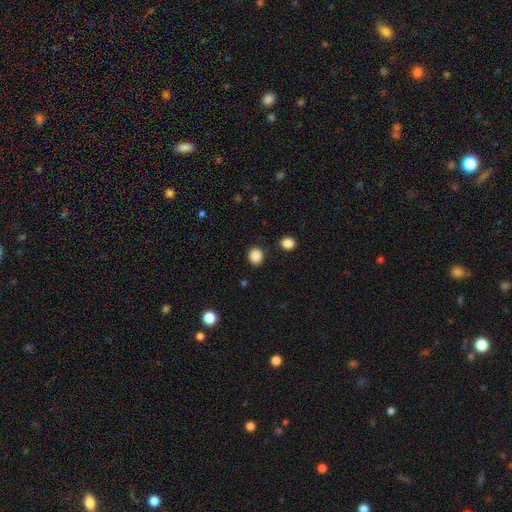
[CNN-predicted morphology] Smooth or featured? smooth (87%)
How rounded? round (75%)
Merging? none (88%)